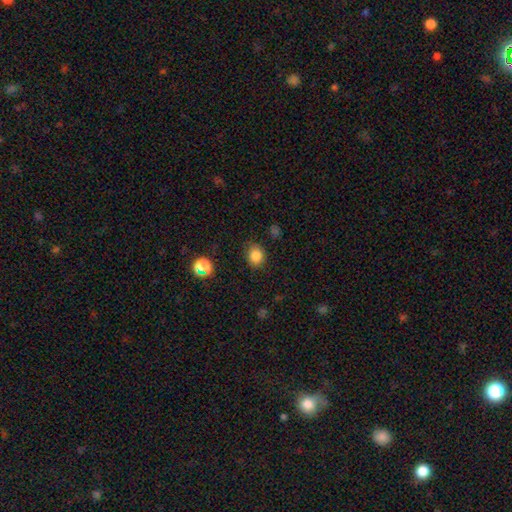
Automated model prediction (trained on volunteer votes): A smooth galaxy with no disk features (83%) that is round (63%).

Vote fractions:
- Smooth or featured? smooth: 83% / star or artifact: 12% / featured or disk: 5%
- How rounded? round: 63% / in between: 36% / cigar-shaped: 1%
- Merging? none: 83% / minor disturbance: 12% / major disturbance: 3% / merger: 1%